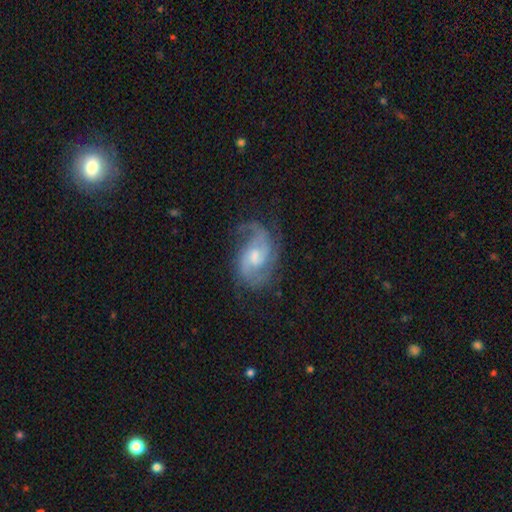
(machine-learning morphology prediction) featured or disk 87%, smooth 8%, star or artifact 5%. Down the decision tree: edge-on disk — no (97%); bar — weak (48%); spiral arms — yes (96%); spiral arm count — 2 (68%); spiral winding — medium (51%); bulge size — moderate (50%); merging — none (64%).